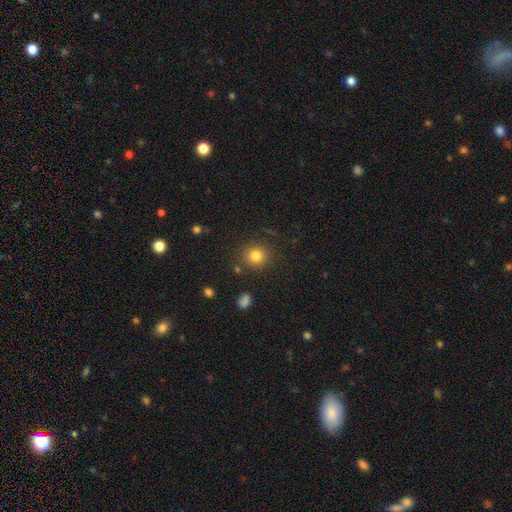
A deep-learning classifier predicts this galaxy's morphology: This appears to be a smooth galaxy with no disk features (81%) that is round (87%). Merging: none (85%).